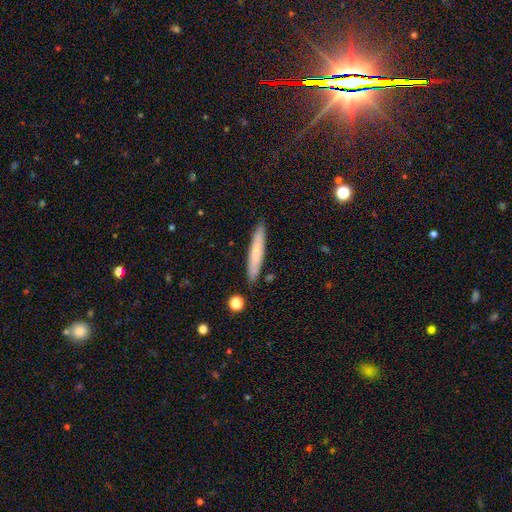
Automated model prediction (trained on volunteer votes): Q: Smooth or featured?
A: smooth (70%); runner-up: featured or disk (24%)
Q: How rounded?
A: cigar-shaped (93%); runner-up: in between (6%)
Q: Merging?
A: none (88%); runner-up: minor disturbance (8%)